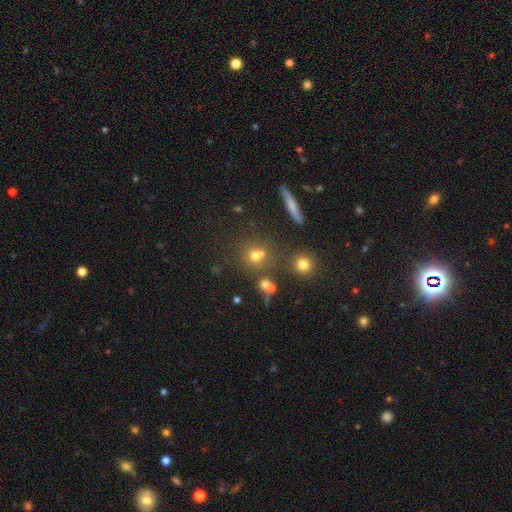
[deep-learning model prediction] Smooth or featured? smooth (66%)
How rounded? round (82%)
Merging? none (60%)